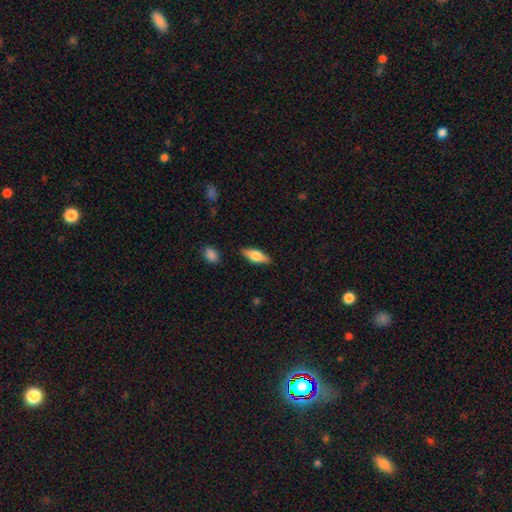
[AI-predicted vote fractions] A smooth galaxy with no disk features (58%) that is in between round and cigar-shaped (66%). Merging: none (86%).